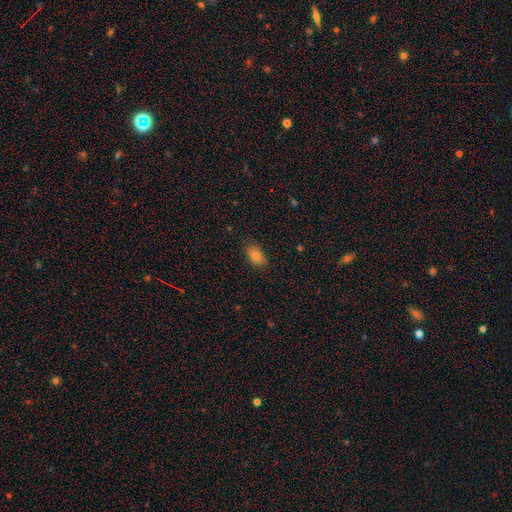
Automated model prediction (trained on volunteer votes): Q: Smooth or featured?
A: smooth (77%); runner-up: featured or disk (12%)
Q: How rounded?
A: in between (85%); runner-up: round (13%)
Q: Merging?
A: none (82%); runner-up: minor disturbance (14%)